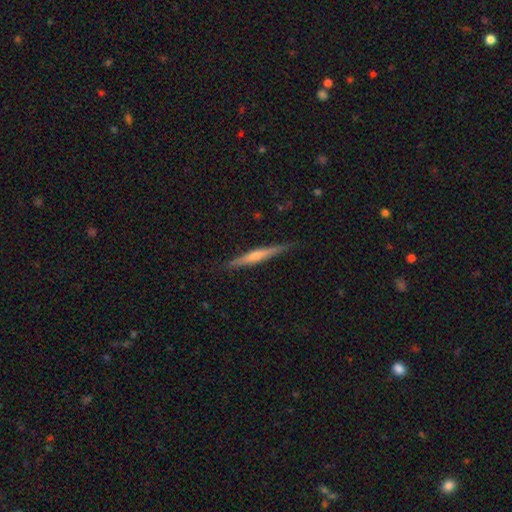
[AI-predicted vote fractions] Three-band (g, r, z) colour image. It shows a featured or disk galaxy (58%) viewed edge-on (97%) with a rounded central bulge (58%). Merging: none (87%).